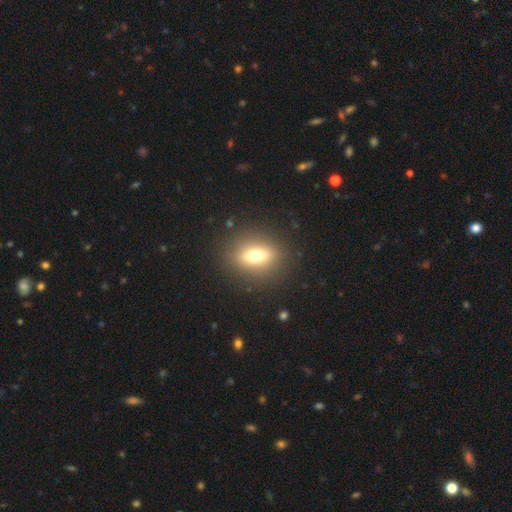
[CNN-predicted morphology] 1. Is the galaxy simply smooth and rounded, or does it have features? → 64% smooth, 24% featured or disk, 12% star or artifact.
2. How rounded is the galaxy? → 59% in between, 32% round, 8% cigar-shaped.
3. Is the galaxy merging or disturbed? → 87% none, 8% minor disturbance, 4% major disturbance, 1% merger.